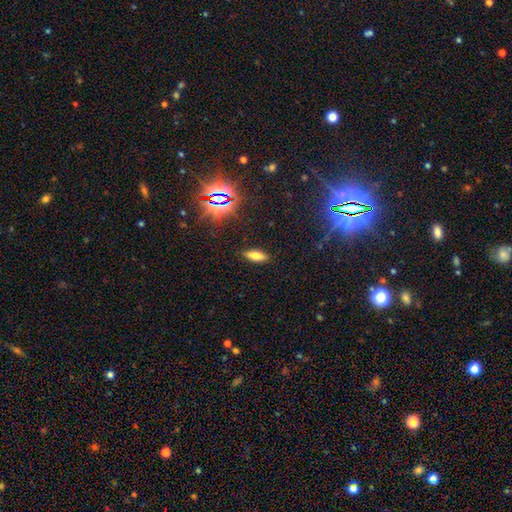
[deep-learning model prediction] Smooth or featured? smooth (73%)
How rounded? in between (65%)
Merging? none (88%)